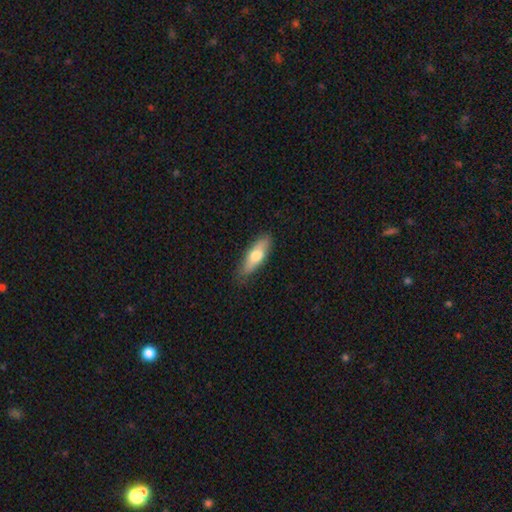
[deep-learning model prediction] A smooth galaxy with no disk features (64%) that is cigar-shaped (49%). Merging: none (83%).